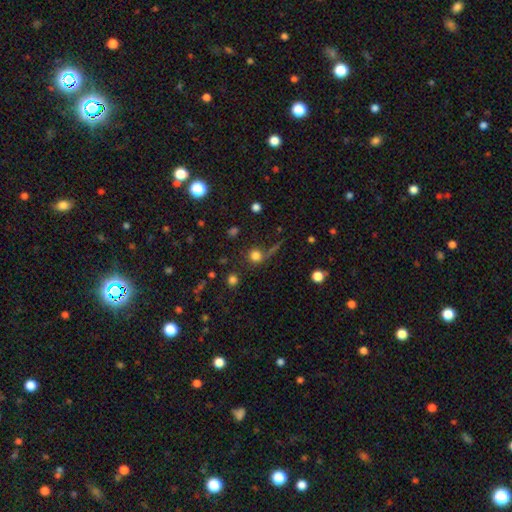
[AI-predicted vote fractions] smooth 75%, star or artifact 17%, featured or disk 8%. Down the decision tree: how rounded — round (91%); merging — none (68%).